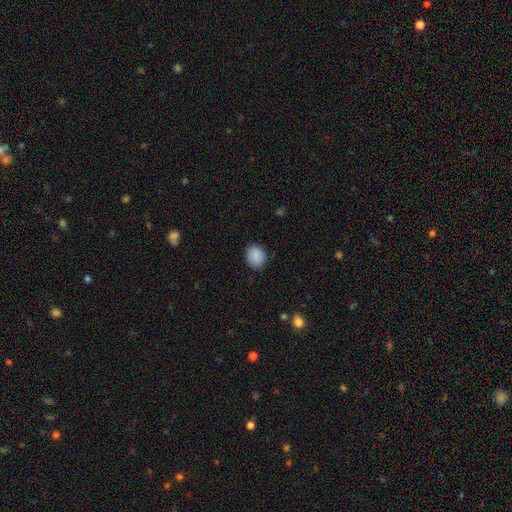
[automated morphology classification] A smooth galaxy with no disk features (86%) that is round (58%). Merging: none (83%).